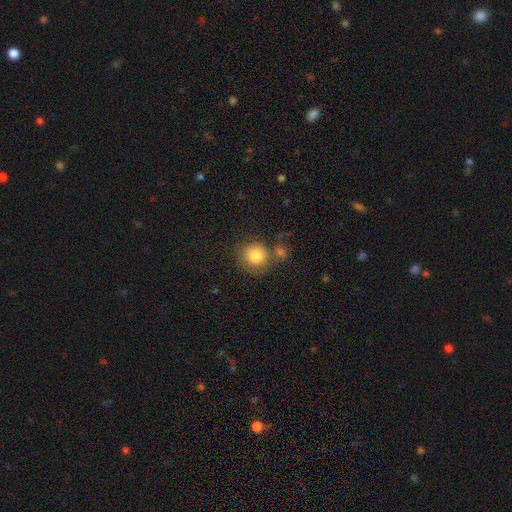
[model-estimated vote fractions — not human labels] smooth-or-featured: smooth: 83% | featured or disk: 9% | star or artifact: 8%
  how-rounded: round: 89% | in between: 10% | cigar-shaped: 1%
  merging: none: 58% | merger: 21% | minor disturbance: 15% | major disturbance: 7%